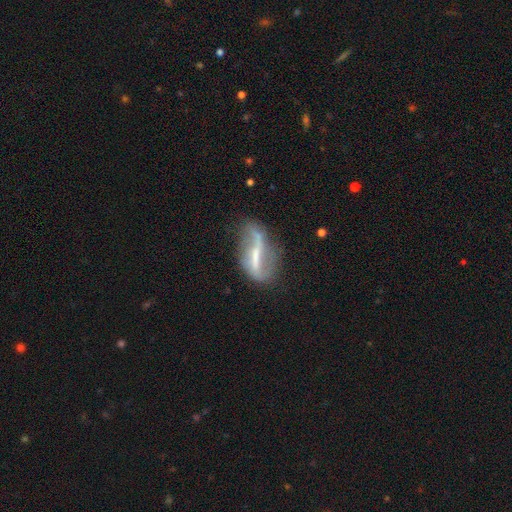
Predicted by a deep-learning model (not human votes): Smooth or featured? featured or disk (74%)
Edge-on disk? no (88%)
Bar? strong (61%)
Spiral arms? yes (74%)
Bulge size? small (36%)
Merging? none (53%)